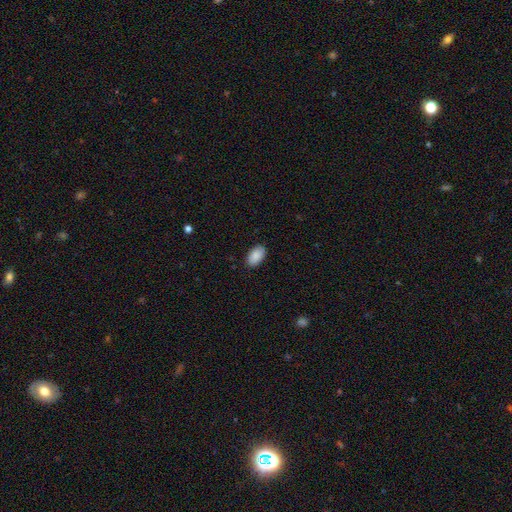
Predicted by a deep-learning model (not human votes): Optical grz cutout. It shows a smooth galaxy with no disk features (90%) that is in between round and cigar-shaped (95%). Merging: none (89%).